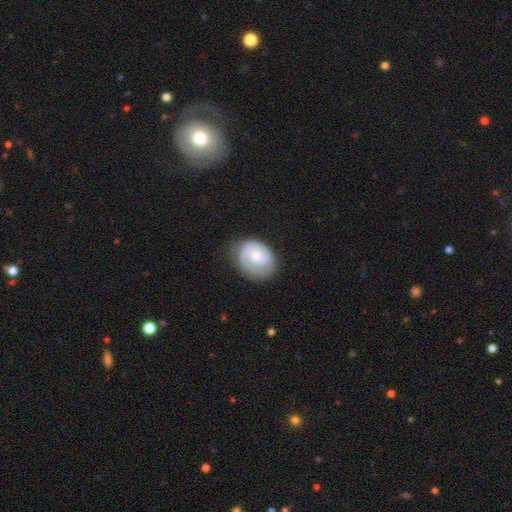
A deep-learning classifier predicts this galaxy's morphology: The model was most divided on "smooth or featured": featured or disk: 51%, smooth: 43%, star or artifact: 6%. More confident: edge-on disk — no (97%); merging — none (61%).